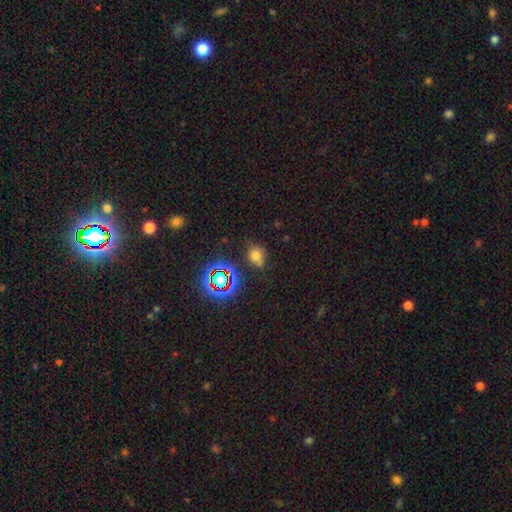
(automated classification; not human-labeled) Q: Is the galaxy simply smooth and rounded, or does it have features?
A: smooth — 62%.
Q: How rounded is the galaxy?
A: round — 62%.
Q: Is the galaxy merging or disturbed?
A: none — 70%.